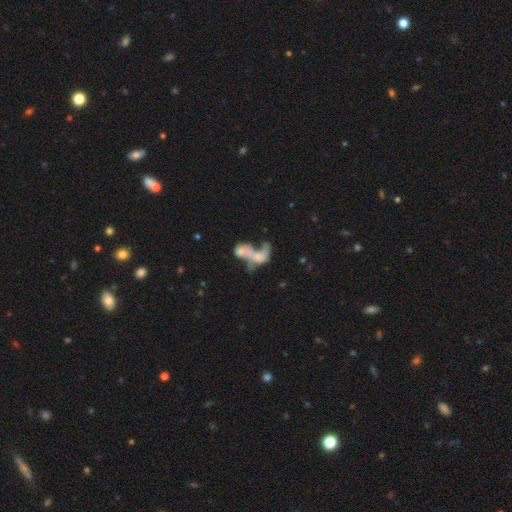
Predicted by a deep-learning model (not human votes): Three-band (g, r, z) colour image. It shows a featured or disk galaxy (45%). Merging: merger (67%).